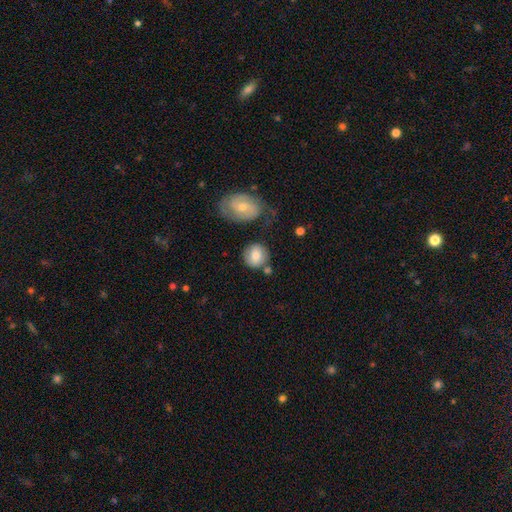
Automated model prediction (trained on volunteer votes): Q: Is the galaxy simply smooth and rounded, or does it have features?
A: smooth — 76%.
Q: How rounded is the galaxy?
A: round — 84%.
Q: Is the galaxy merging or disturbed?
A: none — 67%.